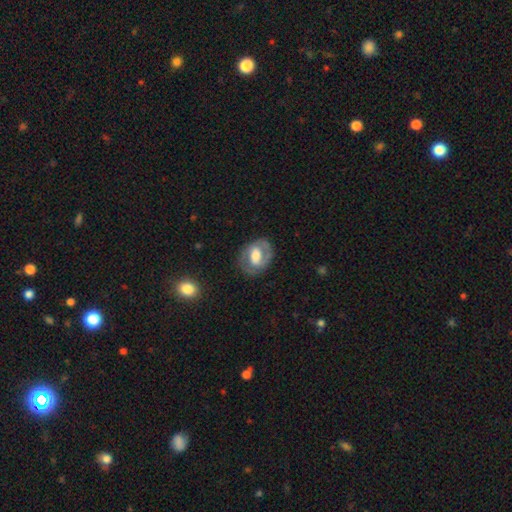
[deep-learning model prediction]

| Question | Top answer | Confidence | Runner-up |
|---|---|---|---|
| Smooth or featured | featured or disk | 60% | smooth (34%) |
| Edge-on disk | no | 96% | yes (4%) |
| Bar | weak | 39% | no (36%) |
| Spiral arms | yes | 57% | no (43%) |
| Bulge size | moderate | 48% | large (34%) |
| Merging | none | 74% | minor disturbance (17%) |